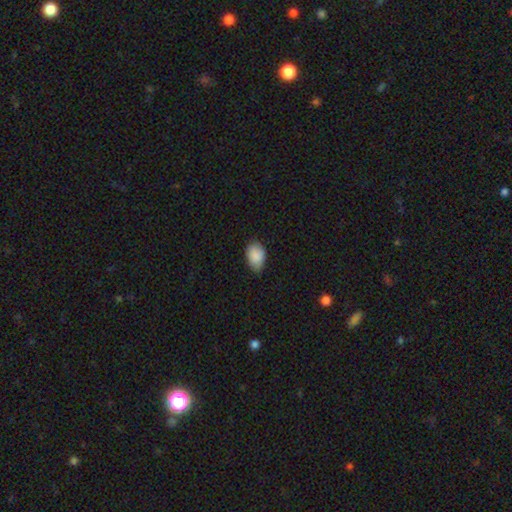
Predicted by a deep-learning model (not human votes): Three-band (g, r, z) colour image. It shows a smooth galaxy with no disk features (89%) that is in between round and cigar-shaped (86%). Merging: none (68%).